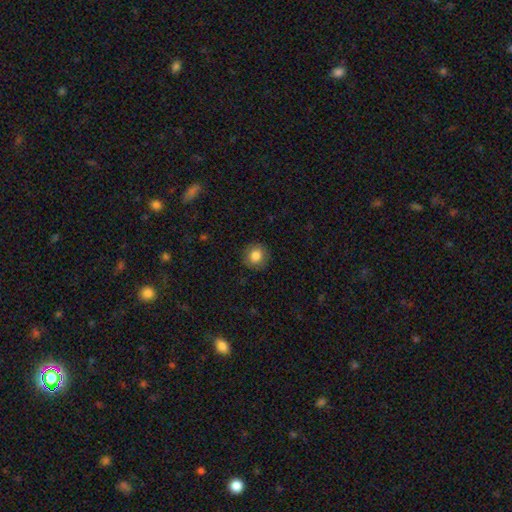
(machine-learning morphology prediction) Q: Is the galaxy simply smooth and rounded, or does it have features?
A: smooth — 84%.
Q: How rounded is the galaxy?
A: round — 89%.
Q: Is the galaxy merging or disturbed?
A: none — 90%.